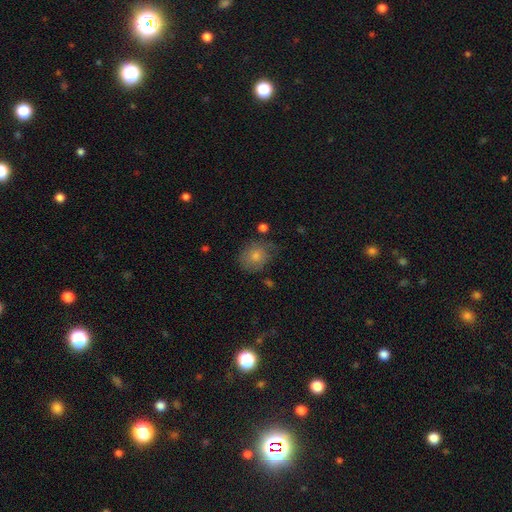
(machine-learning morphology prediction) The model was most divided on "merging": none: 58%, minor disturbance: 28%, major disturbance: 10%, merger: 3%. More confident: smooth or featured — smooth (78%); how rounded — round (68%).